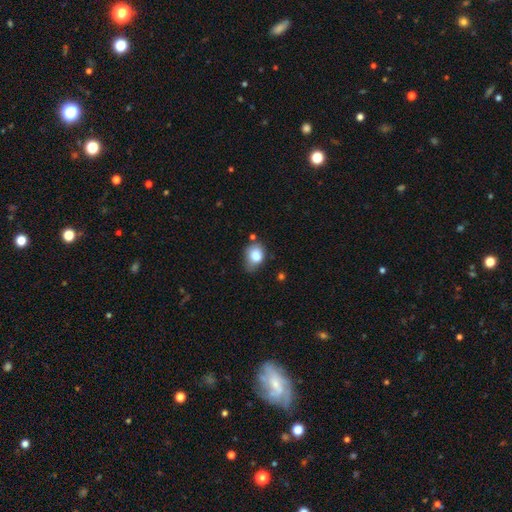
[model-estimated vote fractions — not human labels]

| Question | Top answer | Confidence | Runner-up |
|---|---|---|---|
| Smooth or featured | smooth | 81% | featured or disk (10%) |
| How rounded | in between | 62% | round (36%) |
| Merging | none | 50% | minor disturbance (36%) |